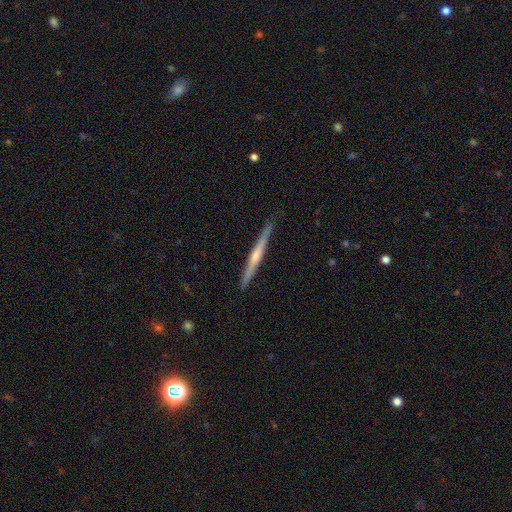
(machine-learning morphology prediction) Smooth or featured? Predicted: featured or disk (p=0.74). Edge-on disk? Predicted: yes (p=0.98). Edge-on bulge? Predicted: rounded (p=0.76). Merging? Predicted: none (p=0.91).